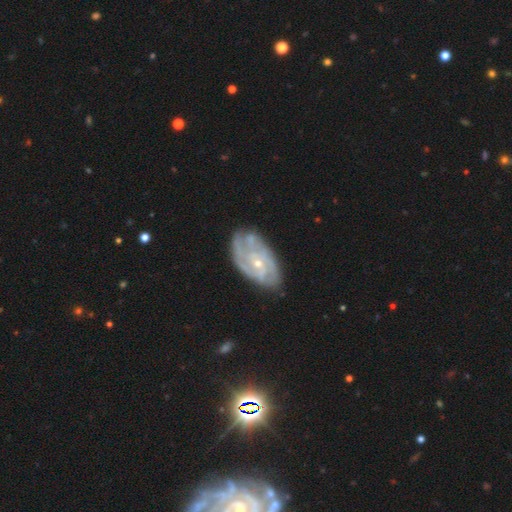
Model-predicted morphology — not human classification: type=featured or disk (77%); edge-on=no (95%); bar=no (62%); spiral arms=yes (93%); winding=tight (64%); arm count=can't tell (35%); bulge=small (73%); merging=none (73%).